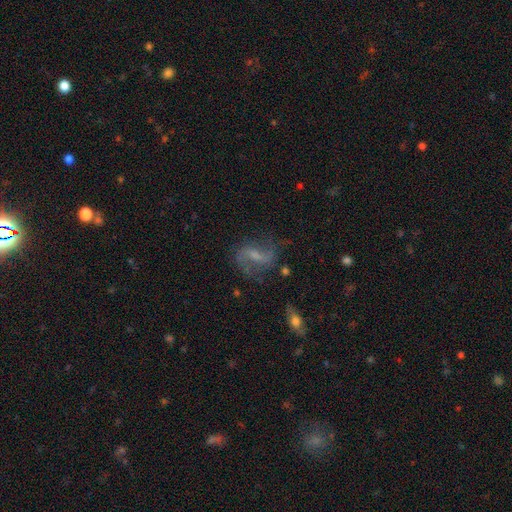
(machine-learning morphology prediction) The model was most divided on "bulge size": small: 45%, moderate: 28%, none: 22%, large: 4%, dominant: 1%. Remaining: edge-on disk — no (95%); spiral arms — yes (89%); spiral arm count — 2 (85%); smooth or featured — featured or disk (73%); merging — none (64%); spiral winding — loose (59%); bar — weak (48%).